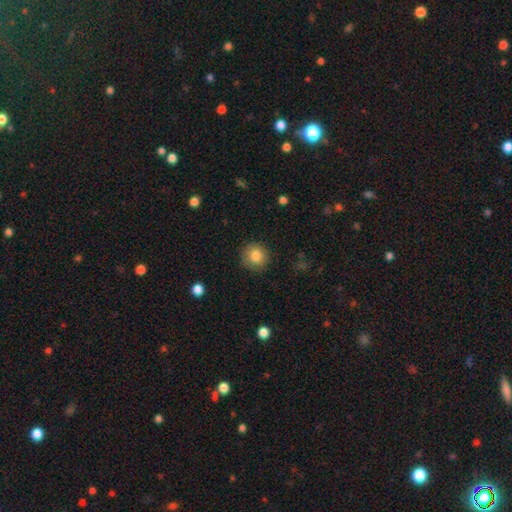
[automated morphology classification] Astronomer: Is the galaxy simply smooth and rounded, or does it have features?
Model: smooth — 83%.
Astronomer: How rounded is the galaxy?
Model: round — 92%.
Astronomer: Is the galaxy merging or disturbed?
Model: none — 88%.